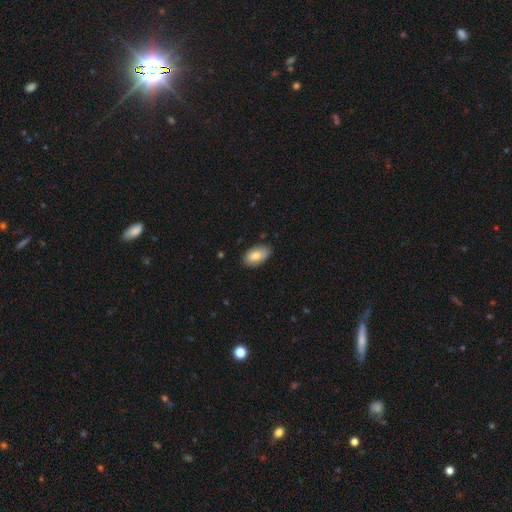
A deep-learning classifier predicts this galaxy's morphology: This is likely a smooth galaxy (80%). How rounded: clearly in between (94%). Merging: likely none (77%).